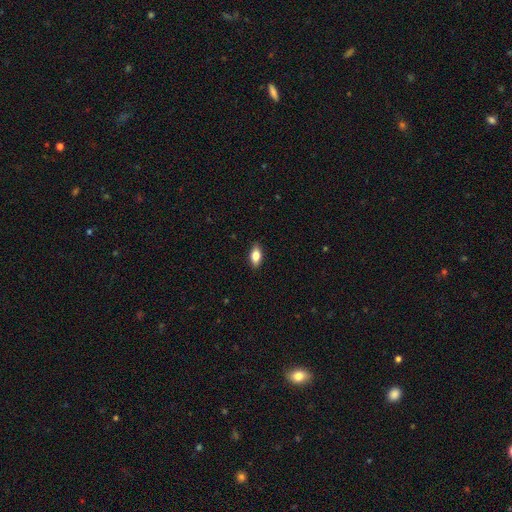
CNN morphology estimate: Smooth or featured? Predicted: smooth (p=0.80). How rounded? Predicted: in between (p=0.87). Merging? Predicted: none (p=0.88).